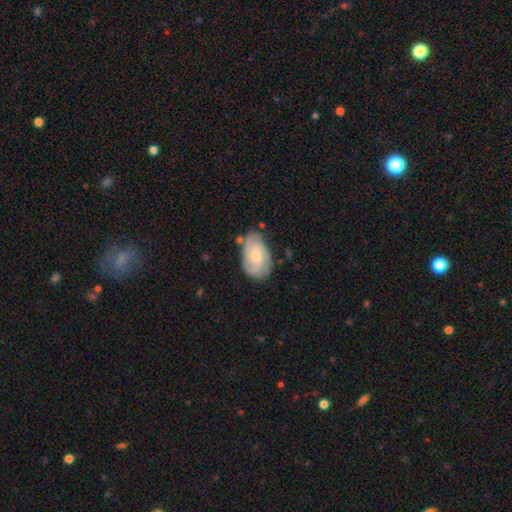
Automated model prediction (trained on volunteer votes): smooth-or-featured: featured or disk: 65% | smooth: 29% | star or artifact: 6%
  disk-edge-on: no: 96% | yes: 4%
    bar: no: 66% | weak: 30% | strong: 4%
    has-spiral-arms: yes: 91% | no: 9%
      spiral-winding: tight: 51% | medium: 37% | loose: 12%
      spiral-arm-count: 3: 31% | 2: 28% | can't tell: 26% | 4: 8% | 1: 4% | more than 4: 3%
    bulge-size: moderate: 51% | small: 41% | large: 4% | none: 3% | dominant: 1%
  merging: none: 66% | minor disturbance: 24% | major disturbance: 6% | merger: 4%